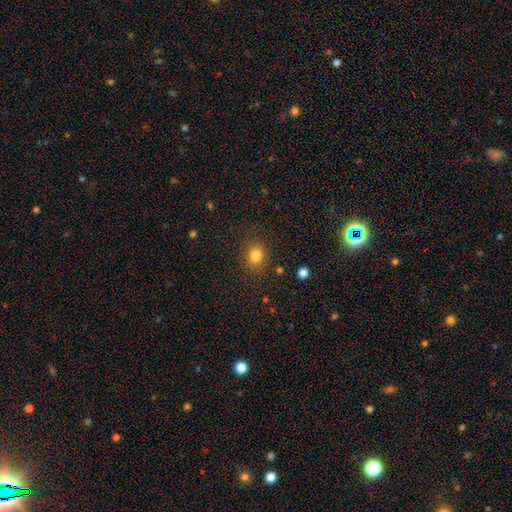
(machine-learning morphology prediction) smooth 82%, star or artifact 12%, featured or disk 6%. Down the decision tree: how rounded — round (63%); merging — none (84%).